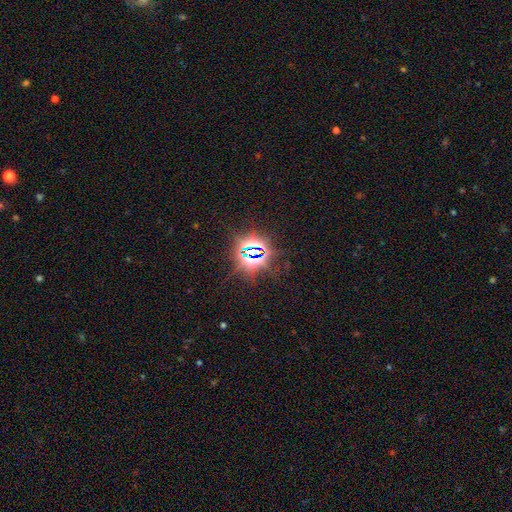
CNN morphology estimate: Smooth or featured?
  - star or artifact: 82% *
  - smooth: 10%
  - featured or disk: 8%